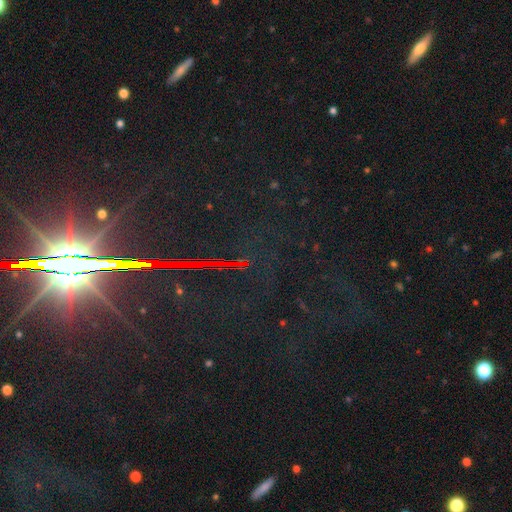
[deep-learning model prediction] Overall: star or artifact (81%).